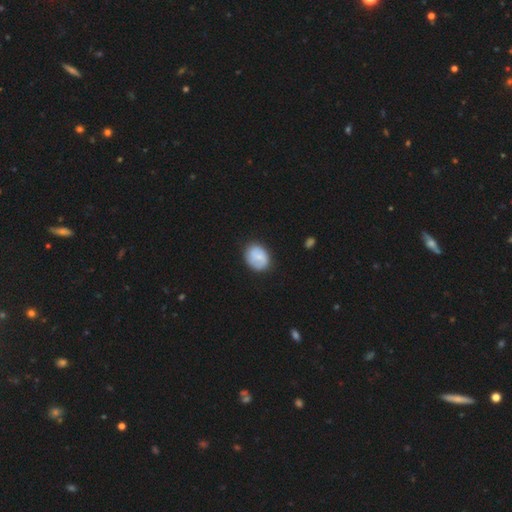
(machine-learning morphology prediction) smooth 64%, featured or disk 29%, star or artifact 7%. Down the decision tree: how rounded — in between (53%); merging — none (79%).